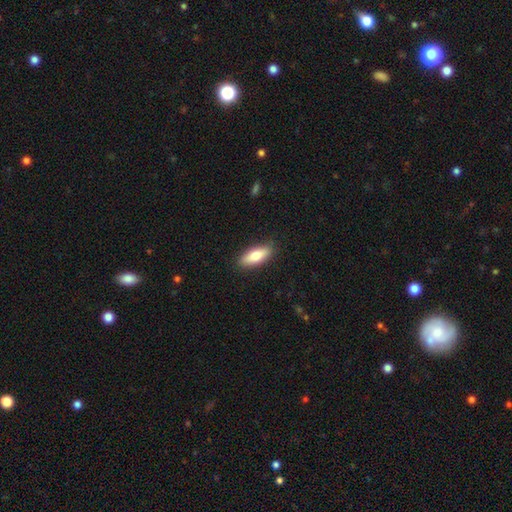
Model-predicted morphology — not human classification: type=smooth (76%); roundness=in between (68%); merging=none (88%).